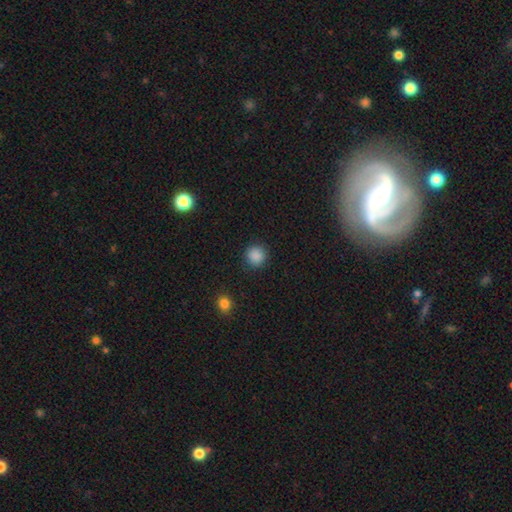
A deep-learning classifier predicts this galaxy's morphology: smooth_or_featured: smooth (p=0.87) [alt: star or artifact p=0.10]
how_rounded: round (p=0.93) [alt: in between p=0.06]
merging: none (p=0.90) [alt: minor disturbance p=0.06]